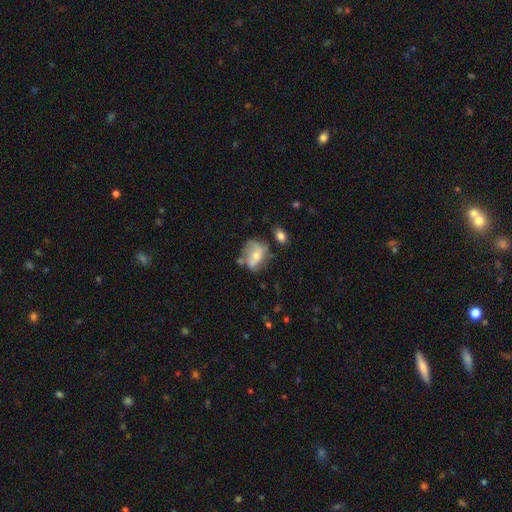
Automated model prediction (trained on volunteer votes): This appears to be a smooth galaxy with no disk features (52%) that is in between round and cigar-shaped (59%). Merging: none (41%).